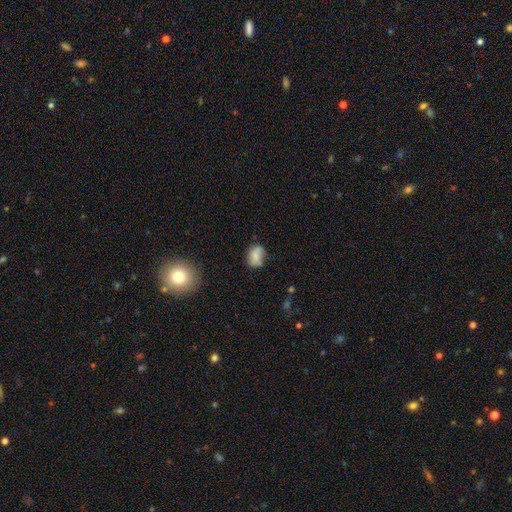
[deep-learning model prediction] This appears to be a smooth galaxy with no disk features (72%) that is in between round and cigar-shaped (69%). Merging: none (57%).